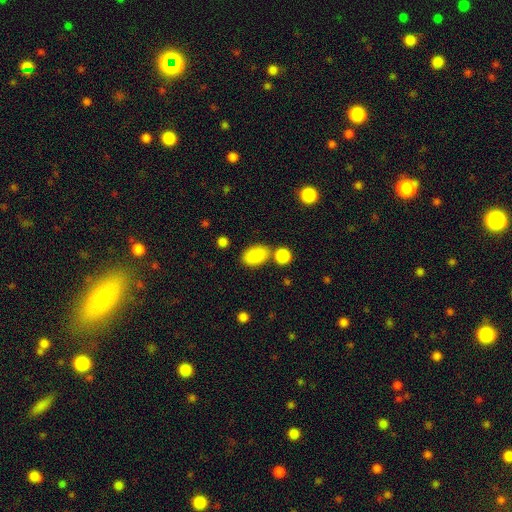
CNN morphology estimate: A smooth galaxy with no disk features (88%) that is in between round and cigar-shaped (90%). Merging: none (65%).